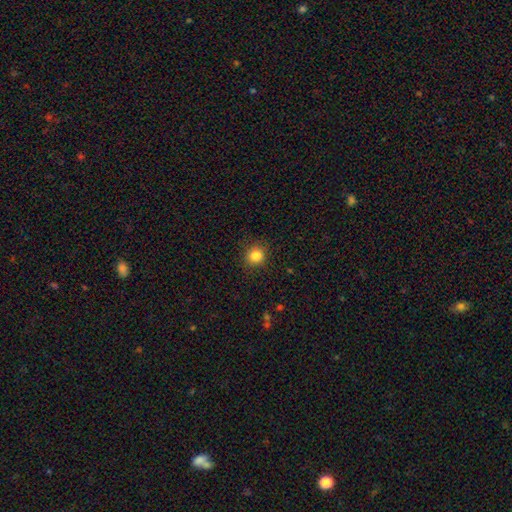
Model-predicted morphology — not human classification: Overall: smooth (84%). How rounded: round (86%). Merging: none (88%).